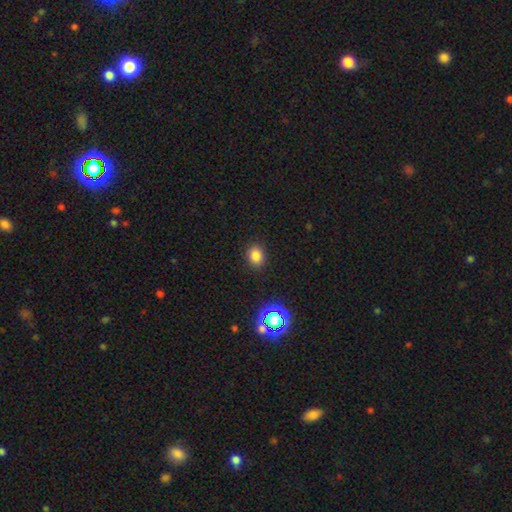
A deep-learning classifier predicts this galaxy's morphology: Q: Smooth or featured?
A: smooth (80%); runner-up: star or artifact (15%)
Q: How rounded?
A: round (57%); runner-up: in between (42%)
Q: Merging?
A: none (89%); runner-up: minor disturbance (8%)